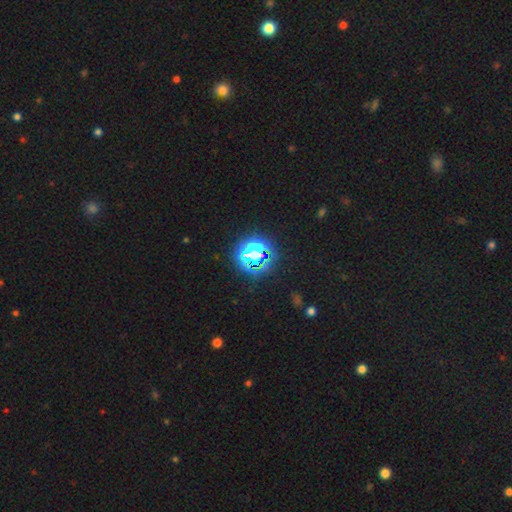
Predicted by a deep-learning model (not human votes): A star or artifact, not a galaxy (66%).